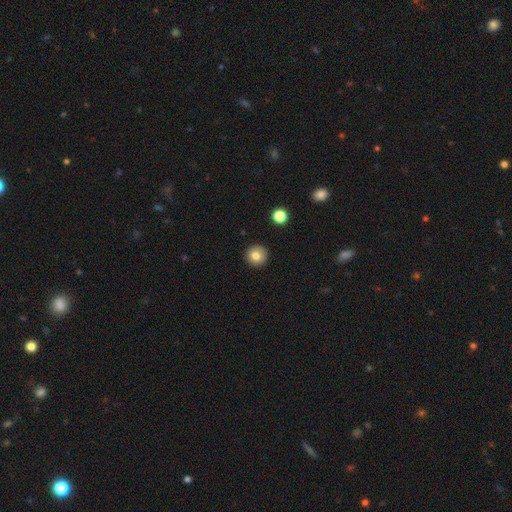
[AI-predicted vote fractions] smooth_or_featured: smooth (p=0.81) [alt: star or artifact p=0.10]
how_rounded: round (p=0.95) [alt: in between p=0.04]
merging: none (p=0.92) [alt: minor disturbance p=0.05]